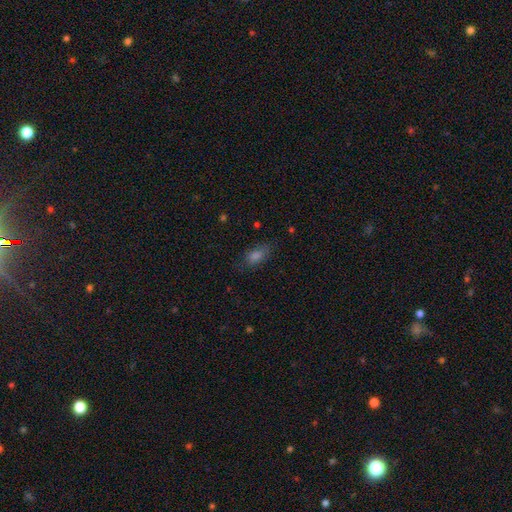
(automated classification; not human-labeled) smooth-or-featured: smooth: 67% | star or artifact: 18% | featured or disk: 15%
  how-rounded: in between: 78% | cigar-shaped: 12% | round: 9%
  merging: none: 75% | minor disturbance: 17% | major disturbance: 6% | merger: 2%